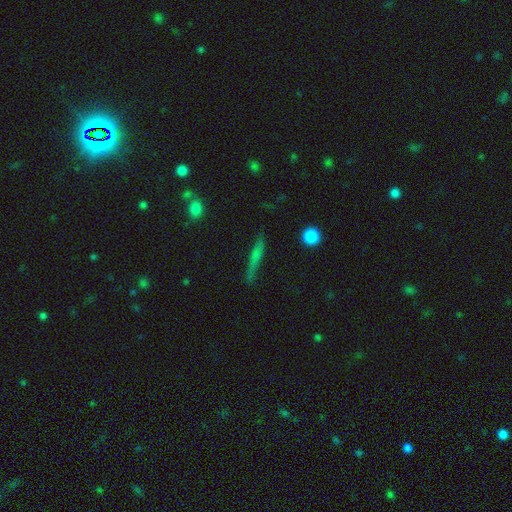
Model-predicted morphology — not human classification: Smooth or featured?
  - smooth: 51% *
  - featured or disk: 39%
  - star or artifact: 10%
How rounded?
  - cigar-shaped: 89% *
  - in between: 7%
  - round: 4%
Merging?
  - none: 74% *
  - minor disturbance: 18%
  - major disturbance: 5%
  - merger: 3%